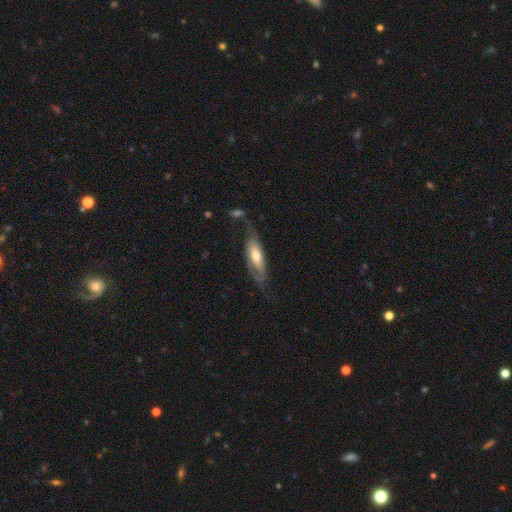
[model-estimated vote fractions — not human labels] This is possibly a featured or disk galaxy (57%). It is likely not viewed edge-on (71%). Merging: possibly none (50%).